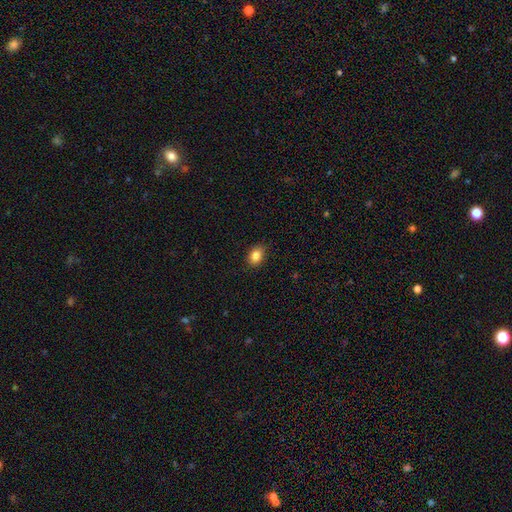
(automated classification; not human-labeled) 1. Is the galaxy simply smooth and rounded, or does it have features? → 84% smooth, 10% star or artifact, 6% featured or disk.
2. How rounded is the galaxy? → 67% in between, 32% round, 1% cigar-shaped.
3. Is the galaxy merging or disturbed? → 84% none, 13% minor disturbance, 2% major disturbance, 1% merger.